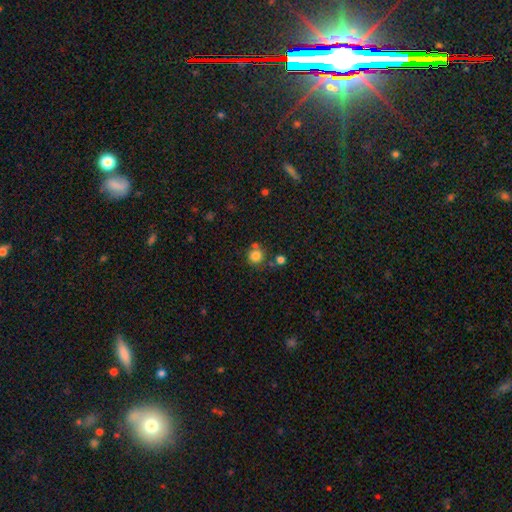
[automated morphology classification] This is clearly a smooth galaxy (81%). How rounded: clearly round (92%). Merging: likely none (67%).